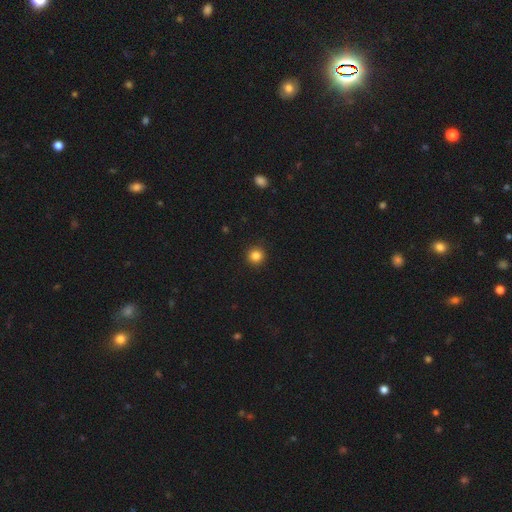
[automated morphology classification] Smooth or featured?
  - smooth: 85% *
  - star or artifact: 12%
  - featured or disk: 4%
How rounded?
  - round: 95% *
  - in between: 4%
  - cigar-shaped: 1%
Merging?
  - none: 93% *
  - minor disturbance: 5%
  - major disturbance: 2%
  - merger: 1%